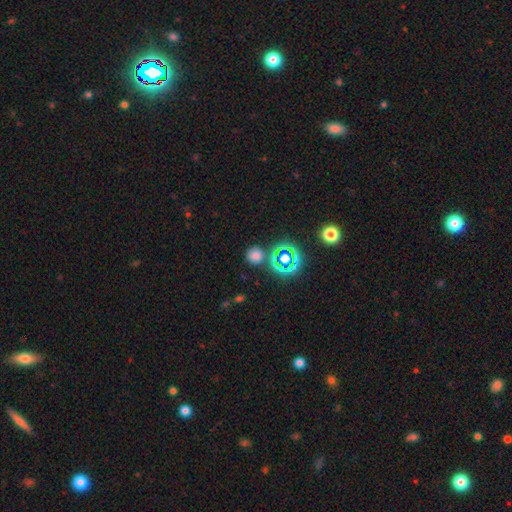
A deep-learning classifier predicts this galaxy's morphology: Smooth or featured? smooth (66%)
How rounded? round (90%)
Merging? none (81%)